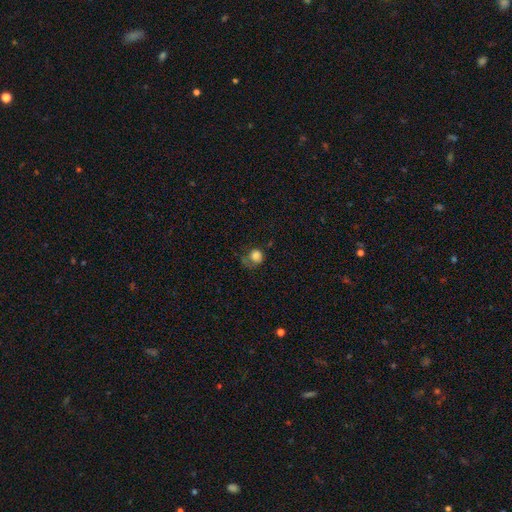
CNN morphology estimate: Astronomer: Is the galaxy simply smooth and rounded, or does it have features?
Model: smooth — 79%.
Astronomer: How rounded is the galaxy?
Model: round — 78%.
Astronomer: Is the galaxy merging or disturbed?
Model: none — 40% (runner-up: minor disturbance, 29%).